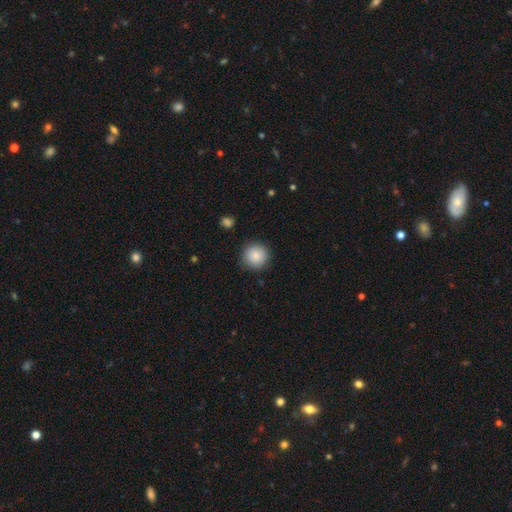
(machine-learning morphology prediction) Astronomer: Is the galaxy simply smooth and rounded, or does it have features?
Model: smooth — 86%.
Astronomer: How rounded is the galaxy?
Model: round — 95%.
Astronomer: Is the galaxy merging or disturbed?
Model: none — 89%.